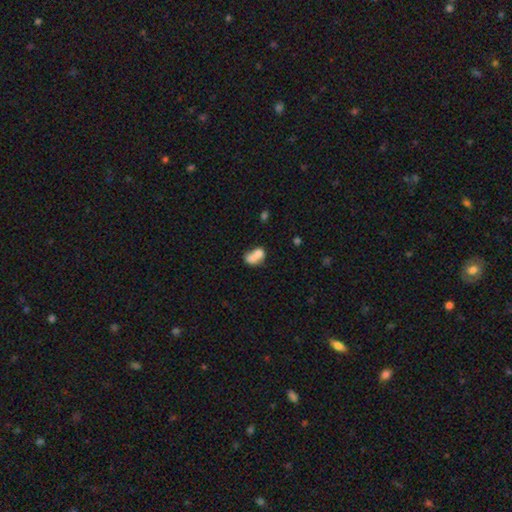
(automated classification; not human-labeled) The model was most divided on "how rounded": in between: 63%, round: 35%, cigar-shaped: 1%. More confident: smooth or featured — smooth (71%); merging — merger (69%).